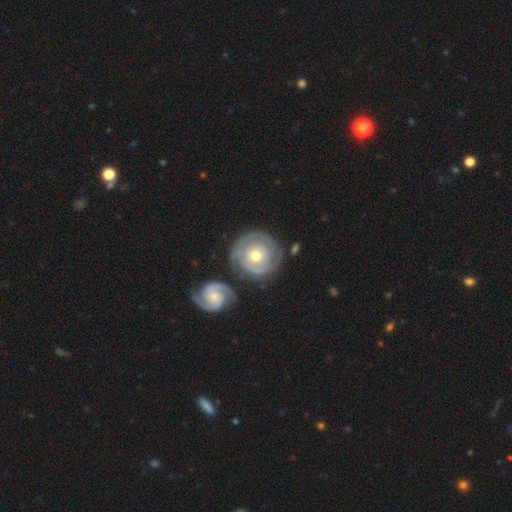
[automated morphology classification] A featured or disk galaxy (66%) with no bar (84%), spiral arms (78%) and a moderate central bulge (68%).

Vote fractions:
- Smooth or featured? featured or disk: 66% / smooth: 29% / star or artifact: 5%
- Edge-on disk? no: 97% / yes: 3%
- Bar? no: 84% / weak: 13% / strong: 3%
- Spiral arms? yes: 78% / no: 22%
- Bulge size? moderate: 68% / small: 24% / large: 6% / dominant: 1% / none: 1%
- Merging? none: 67% / minor disturbance: 16% / merger: 11% / major disturbance: 6%